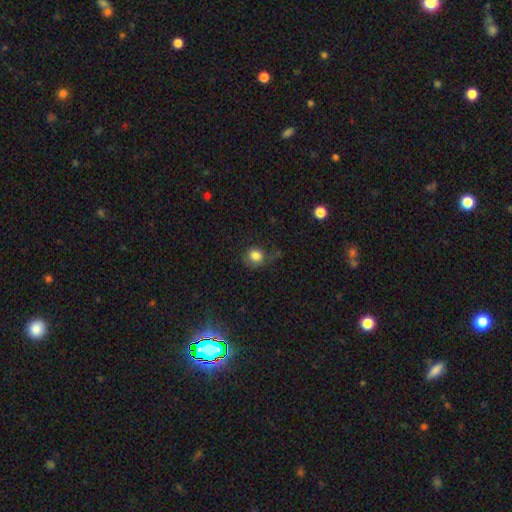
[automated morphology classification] Q: Smooth or featured?
A: smooth (82%); runner-up: star or artifact (10%)
Q: How rounded?
A: round (76%); runner-up: in between (23%)
Q: Merging?
A: none (56%); runner-up: minor disturbance (26%)